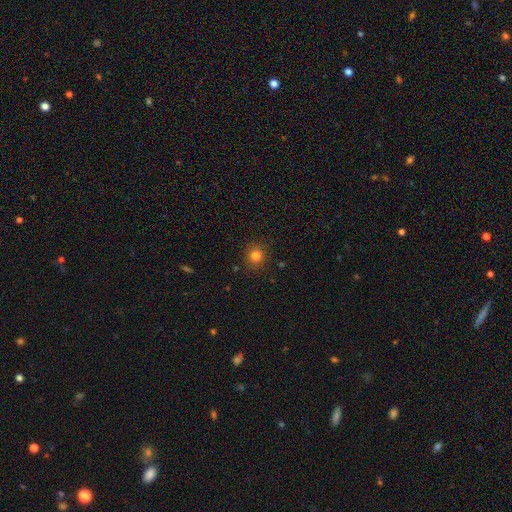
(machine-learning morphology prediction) smooth_or_featured: smooth (p=0.80) [alt: star or artifact p=0.13]
how_rounded: round (p=0.87) [alt: in between p=0.12]
merging: none (p=0.88) [alt: minor disturbance p=0.08]